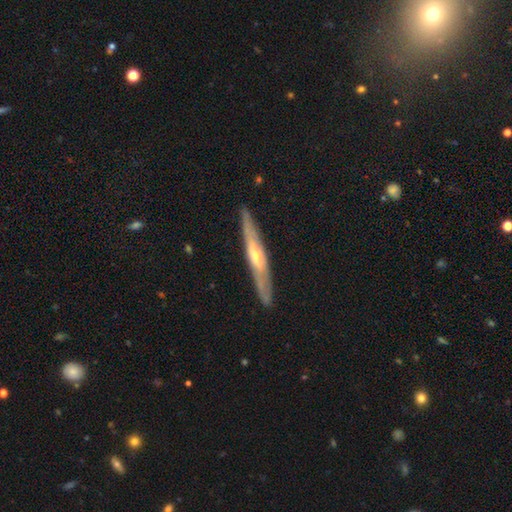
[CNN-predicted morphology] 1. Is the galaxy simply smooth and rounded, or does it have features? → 69% featured or disk, 26% smooth, 5% star or artifact.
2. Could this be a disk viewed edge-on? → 85% yes, 15% no.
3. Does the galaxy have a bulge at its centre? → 70% rounded, 25% none, 5% boxy.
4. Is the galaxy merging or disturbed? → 88% none, 9% minor disturbance, 2% major disturbance, 1% merger.